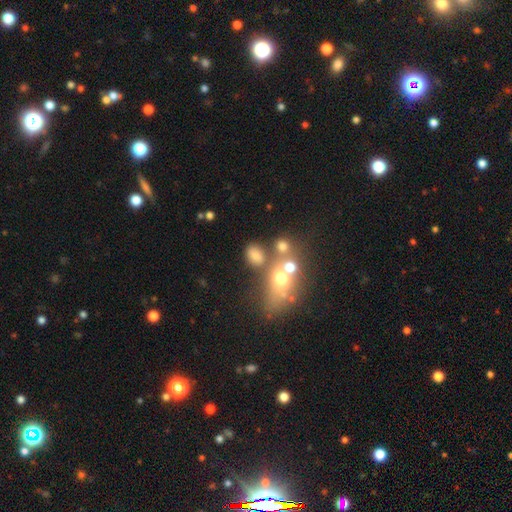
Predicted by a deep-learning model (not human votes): Smooth or featured: smooth — 69% (star or artifact — 16%)
How rounded: in between — 66% (round — 31%)
Merging: none — 53% (merger — 26%)